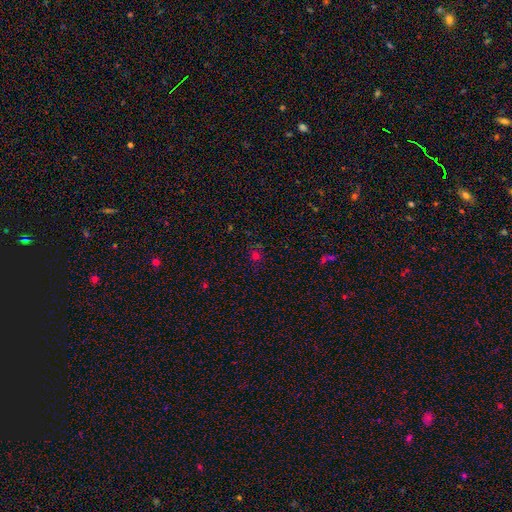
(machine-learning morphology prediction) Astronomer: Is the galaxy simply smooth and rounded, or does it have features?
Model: smooth — 59%.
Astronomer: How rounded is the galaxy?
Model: round — 86%.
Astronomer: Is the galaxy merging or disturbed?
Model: none — 80%.